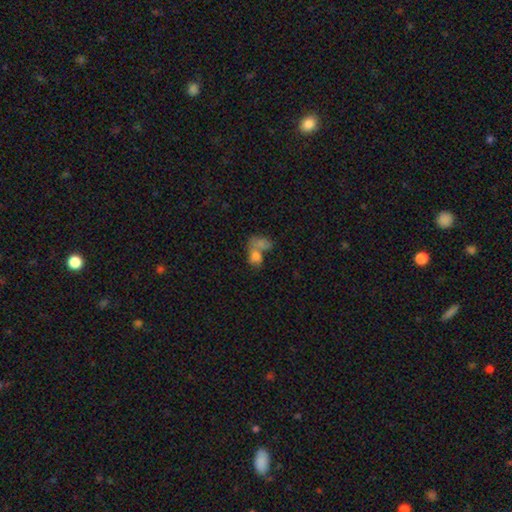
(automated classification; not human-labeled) smooth 73%, featured or disk 16%, star or artifact 11%. Down the decision tree: how rounded — in between (76%); merging — merger (67%).